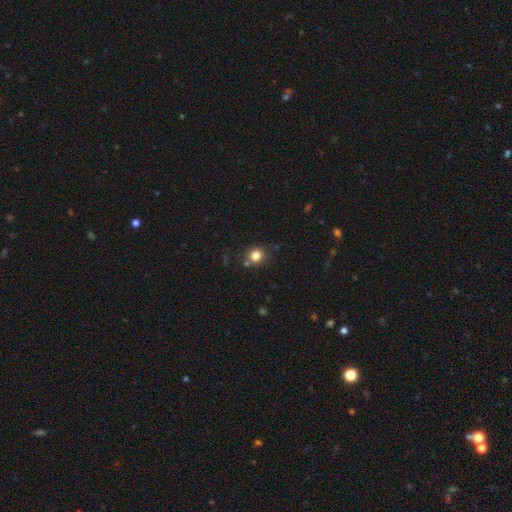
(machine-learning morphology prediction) smooth 82%, star or artifact 12%, featured or disk 6%. Down the decision tree: how rounded — round (86%); merging — none (79%).